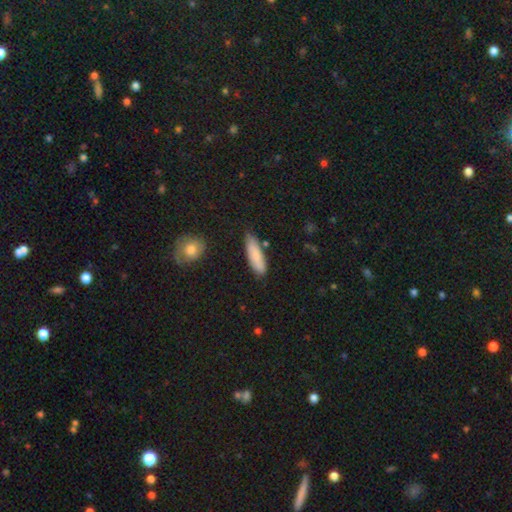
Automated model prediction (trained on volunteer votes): Overall: smooth (82%). How rounded: cigar-shaped (53%; in between 45%). Merging: none (74%).